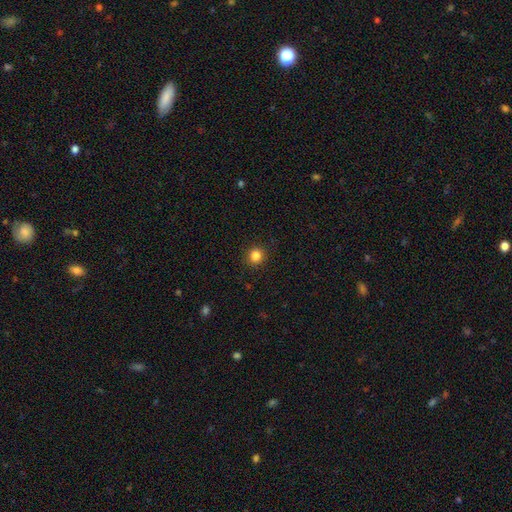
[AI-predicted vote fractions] Smooth or featured? smooth (84%)
How rounded? round (91%)
Merging? none (92%)